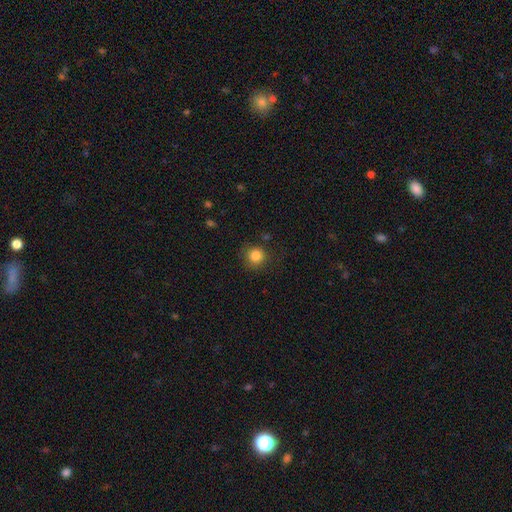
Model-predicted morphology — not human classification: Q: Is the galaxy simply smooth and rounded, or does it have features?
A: smooth — 84%.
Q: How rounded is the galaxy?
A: round — 92%.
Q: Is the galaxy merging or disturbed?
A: none — 84%.